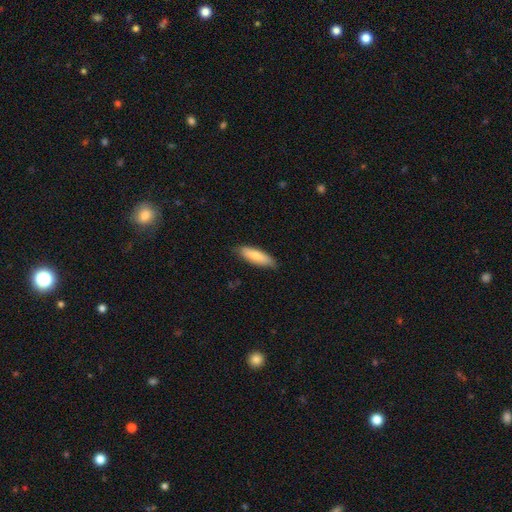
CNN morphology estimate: Smooth or featured? smooth (78%)
How rounded? cigar-shaped (52%)
Merging? none (84%)